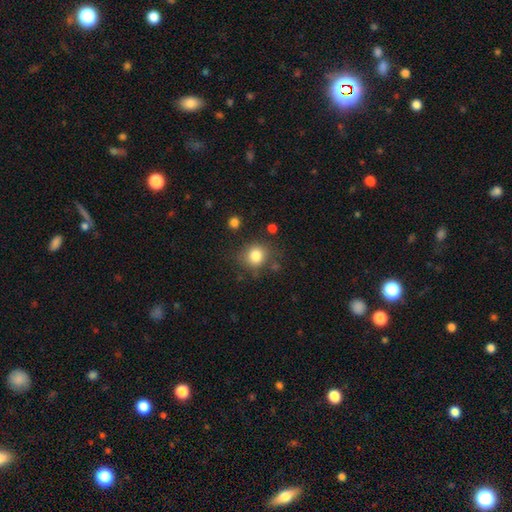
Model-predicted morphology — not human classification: Smooth or featured? smooth (82%)
How rounded? round (81%)
Merging? none (77%)